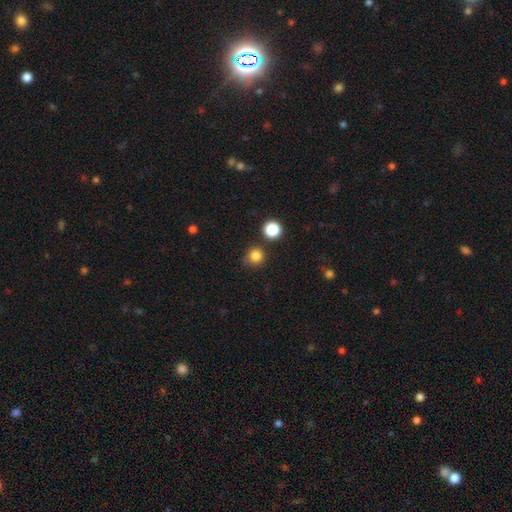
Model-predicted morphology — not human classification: This appears to be a smooth galaxy with no disk features (82%) that is round (92%). Merging: none (76%).